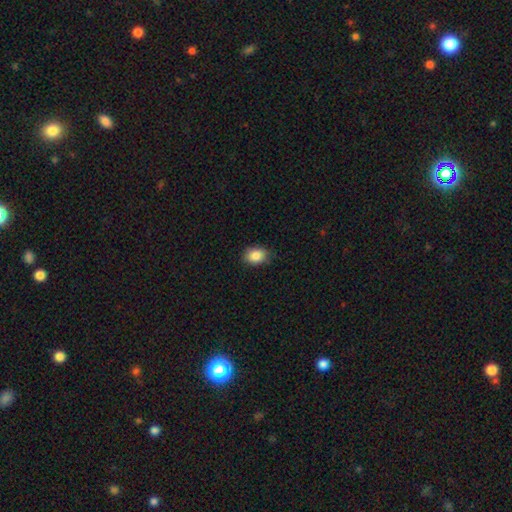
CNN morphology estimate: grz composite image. It shows a smooth galaxy with no disk features (86%) that is in between round and cigar-shaped (71%). Merging: none (83%).